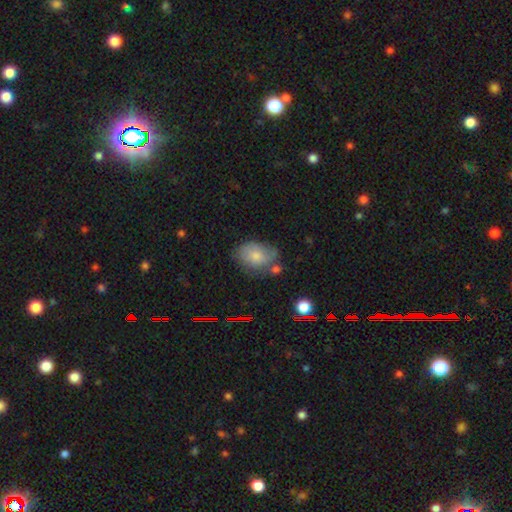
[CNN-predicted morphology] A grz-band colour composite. It shows a smooth galaxy with no disk features (70%) that is in between round and cigar-shaped (71%). Merging: none (52%).